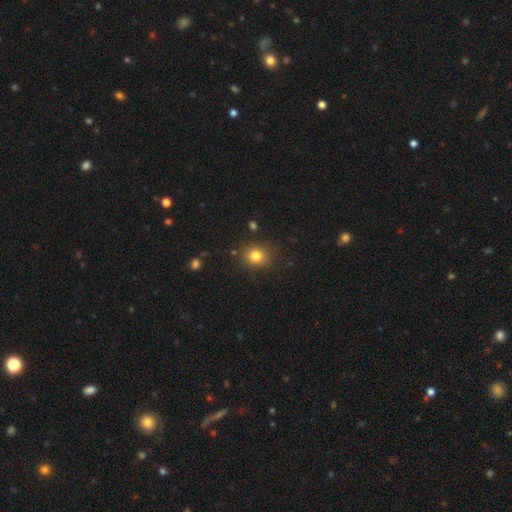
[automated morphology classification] Smooth or featured? Predicted: smooth (p=0.80). How rounded? Predicted: round (p=0.77). Merging? Predicted: none (p=0.86).